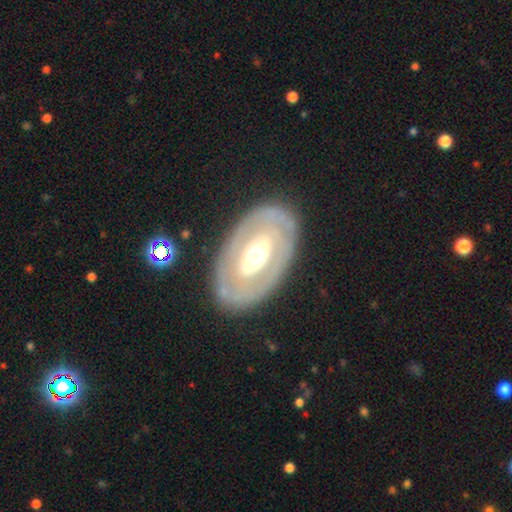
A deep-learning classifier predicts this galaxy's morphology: Smooth or featured: featured or disk — 71% (smooth — 24%)
Edge-on disk: no — 92% (yes — 8%)
Bar: no — 40% (strong — 30%)
Spiral arms: no — 65% (yes — 35%)
Bulge size: moderate — 59% (large — 28%)
Merging: none — 81% (minor disturbance — 13%)